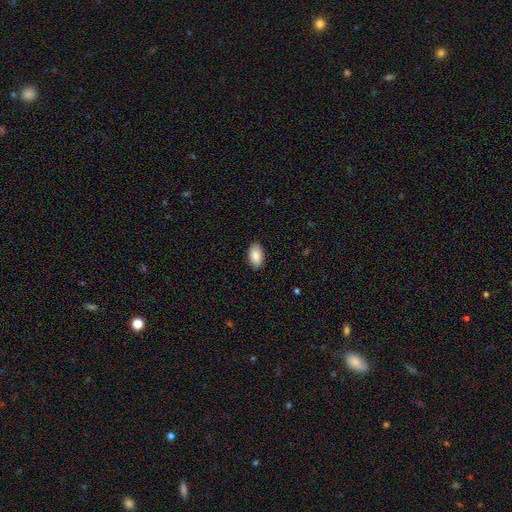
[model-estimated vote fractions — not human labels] Q: Smooth or featured?
A: smooth (89%); runner-up: star or artifact (6%)
Q: How rounded?
A: in between (94%); runner-up: round (4%)
Q: Merging?
A: none (88%); runner-up: minor disturbance (9%)